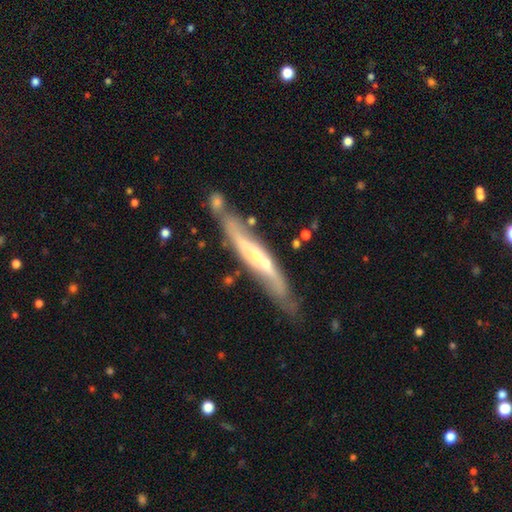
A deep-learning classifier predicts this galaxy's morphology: type=featured or disk (73%); edge-on=yes (72%); edge-on bulge=rounded (64%); merging=none (61%).